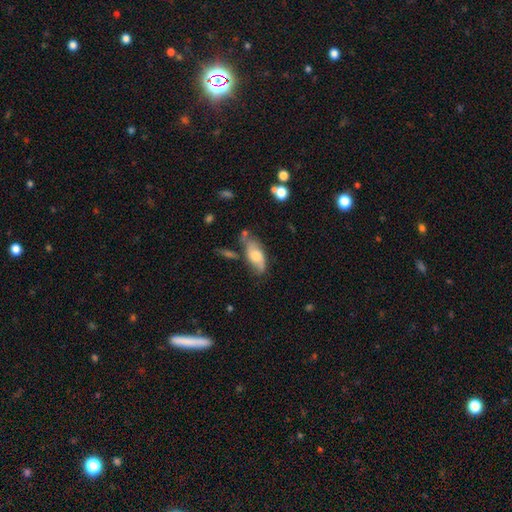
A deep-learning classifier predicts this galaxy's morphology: type=smooth (52%); roundness=in between (82%); merging=none (54%).